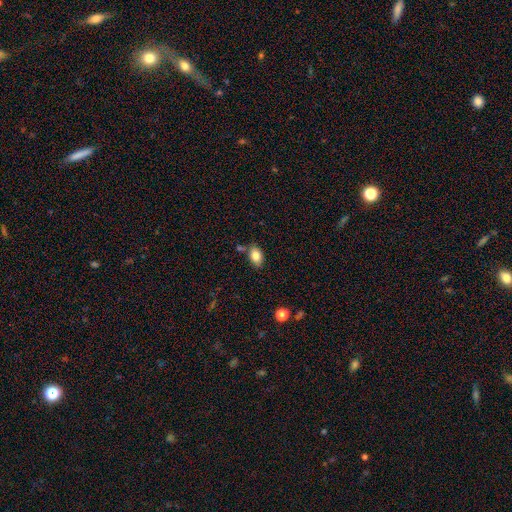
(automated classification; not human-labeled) The model was most divided on "merging": none: 76%, minor disturbance: 14%, merger: 7%, major disturbance: 3%. More confident: how rounded — in between (86%); smooth or featured — smooth (82%).